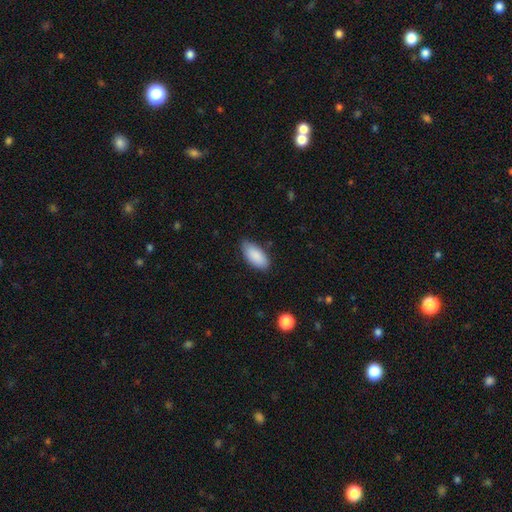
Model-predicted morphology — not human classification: The model was most divided on "merging": none: 79%, minor disturbance: 17%, major disturbance: 3%, merger: 1%. More confident: how rounded — in between (91%); smooth or featured — smooth (89%).